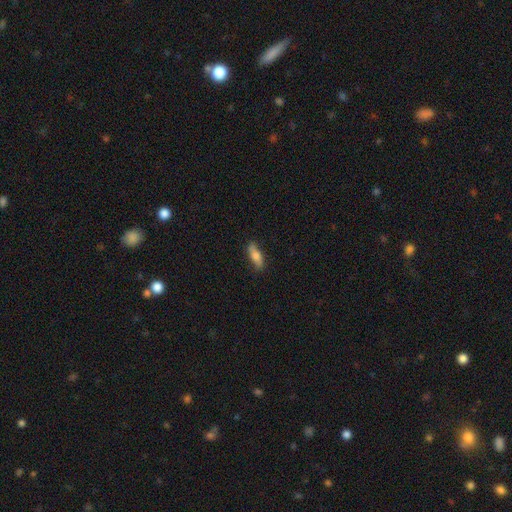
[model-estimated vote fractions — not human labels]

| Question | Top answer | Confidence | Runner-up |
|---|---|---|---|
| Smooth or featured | smooth | 68% | featured or disk (25%) |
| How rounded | in between | 55% | cigar-shaped (43%) |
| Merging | none | 81% | minor disturbance (15%) |